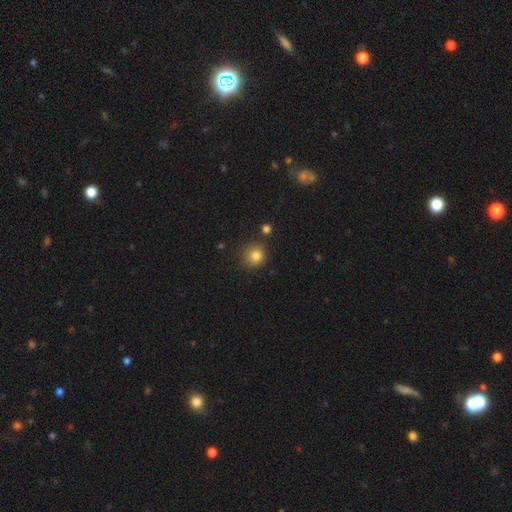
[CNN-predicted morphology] Q: Smooth or featured?
A: smooth (82%); runner-up: star or artifact (12%)
Q: How rounded?
A: round (88%); runner-up: in between (11%)
Q: Merging?
A: none (81%); runner-up: minor disturbance (11%)